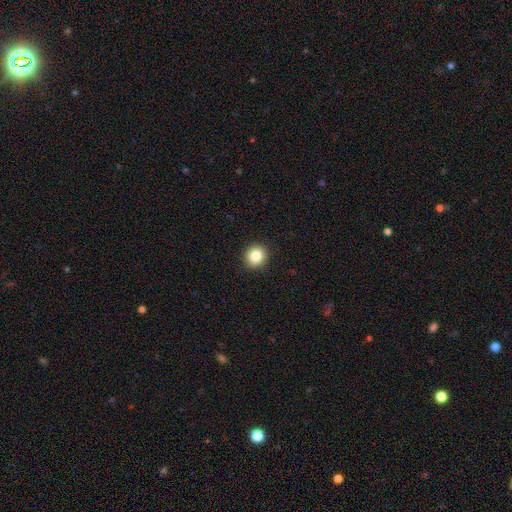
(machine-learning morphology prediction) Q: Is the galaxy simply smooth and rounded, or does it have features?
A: smooth — 84%.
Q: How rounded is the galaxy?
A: round — 85%.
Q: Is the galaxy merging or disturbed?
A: none — 92%.